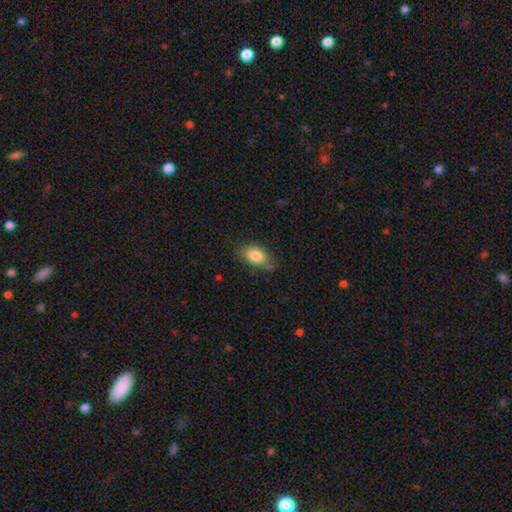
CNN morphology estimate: A smooth galaxy with no disk features (83%) that is in between round and cigar-shaped (88%). Merging: none (68%).